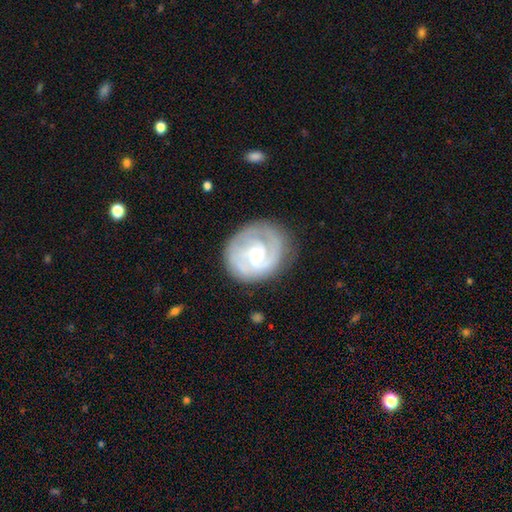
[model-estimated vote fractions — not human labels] Smooth or featured: featured or disk — 81% (smooth — 14%)
Edge-on disk: no — 98% (yes — 2%)
Bar: weak — 51% (no — 36%)
Spiral arms: yes — 93% (no — 7%)
Spiral winding: tight — 61% (medium — 30%)
Spiral arm count: 2 — 46% (can't tell — 23%)
Bulge size: small — 47% (moderate — 45%)
Merging: none — 76% (minor disturbance — 16%)